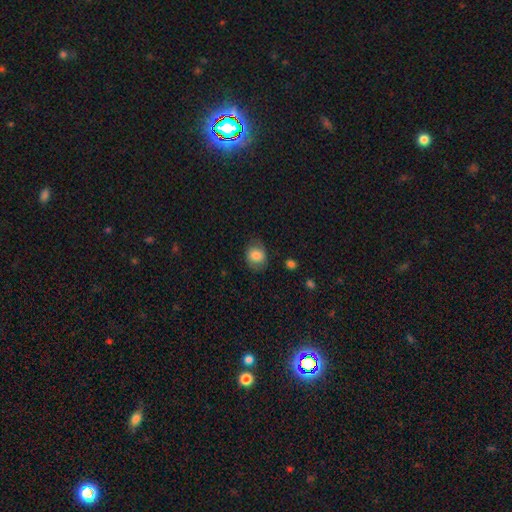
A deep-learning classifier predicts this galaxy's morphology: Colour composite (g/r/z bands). It shows a smooth galaxy with no disk features (81%) that is round (53%). Merging: none (74%).